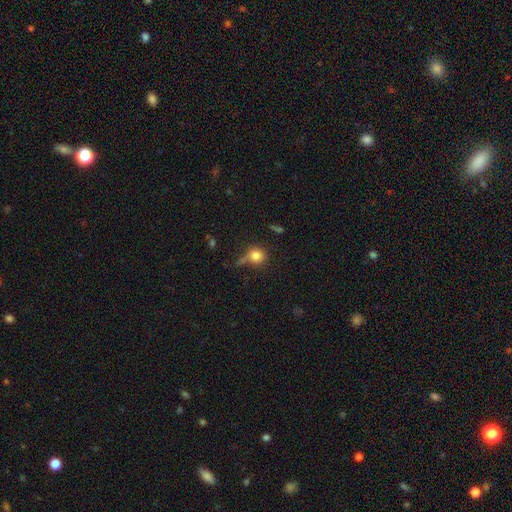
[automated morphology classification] smooth-or-featured: smooth: 80% | star or artifact: 11% | featured or disk: 9%
  how-rounded: round: 87% | in between: 11% | cigar-shaped: 1%
  merging: none: 58% | minor disturbance: 22% | major disturbance: 12% | merger: 9%